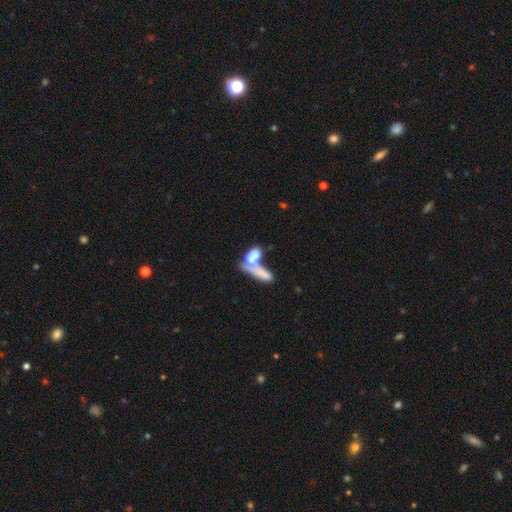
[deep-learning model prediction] Q: Smooth or featured?
A: smooth (61%); runner-up: featured or disk (30%)
Q: How rounded?
A: in between (68%); runner-up: cigar-shaped (21%)
Q: Merging?
A: merger (65%); runner-up: none (17%)